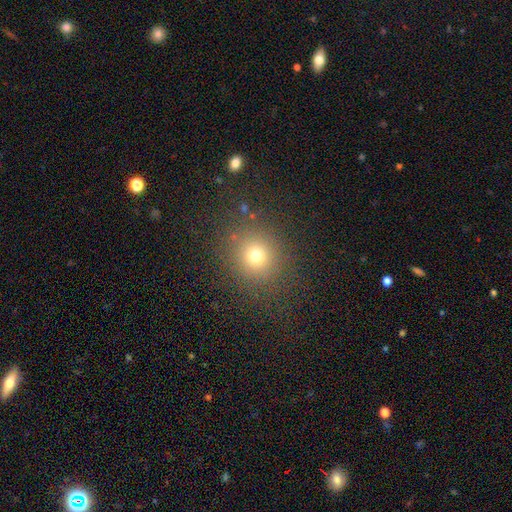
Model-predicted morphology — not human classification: Q: Smooth or featured?
A: smooth (73%); runner-up: star or artifact (19%)
Q: How rounded?
A: round (86%); runner-up: in between (13%)
Q: Merging?
A: none (85%); runner-up: minor disturbance (8%)